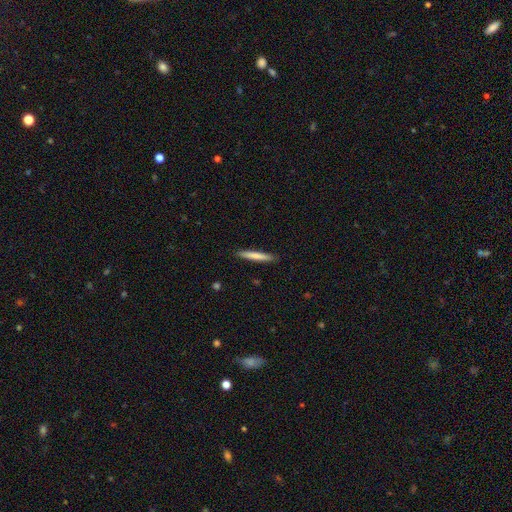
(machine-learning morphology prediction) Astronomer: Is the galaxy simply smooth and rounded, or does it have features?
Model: smooth — 75%.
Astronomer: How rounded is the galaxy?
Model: cigar-shaped — 95%.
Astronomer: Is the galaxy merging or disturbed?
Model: none — 90%.